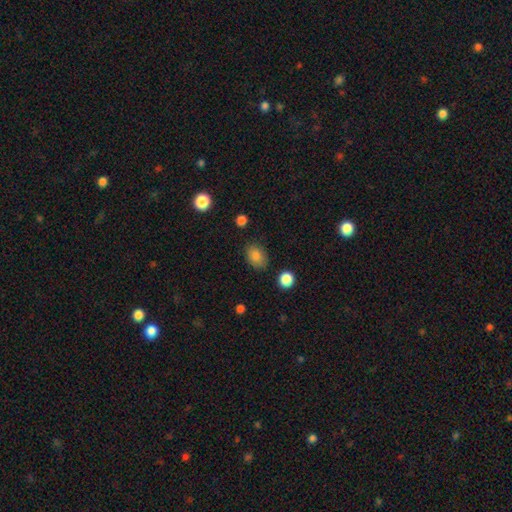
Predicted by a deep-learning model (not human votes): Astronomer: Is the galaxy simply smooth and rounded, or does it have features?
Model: smooth — 84%.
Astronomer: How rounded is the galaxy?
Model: in between — 76%.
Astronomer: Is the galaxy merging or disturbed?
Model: none — 81%.